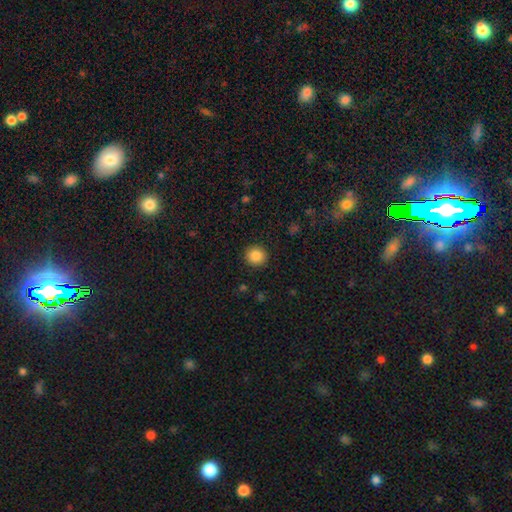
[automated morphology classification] Q: Smooth or featured?
A: smooth (86%); runner-up: star or artifact (9%)
Q: How rounded?
A: round (92%); runner-up: in between (7%)
Q: Merging?
A: none (92%); runner-up: minor disturbance (5%)